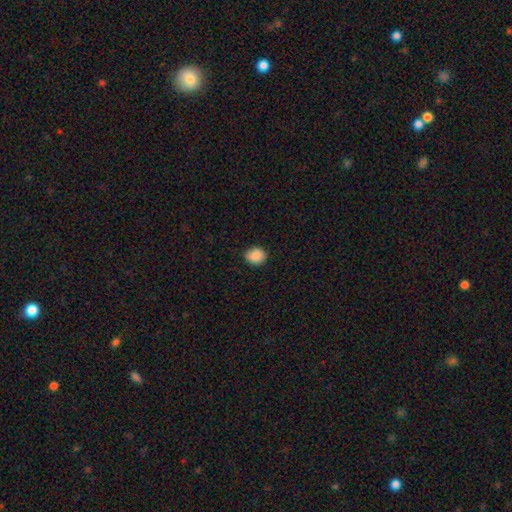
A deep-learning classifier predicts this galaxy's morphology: A smooth galaxy with no disk features (88%) that is round (71%). Merging: none (83%).